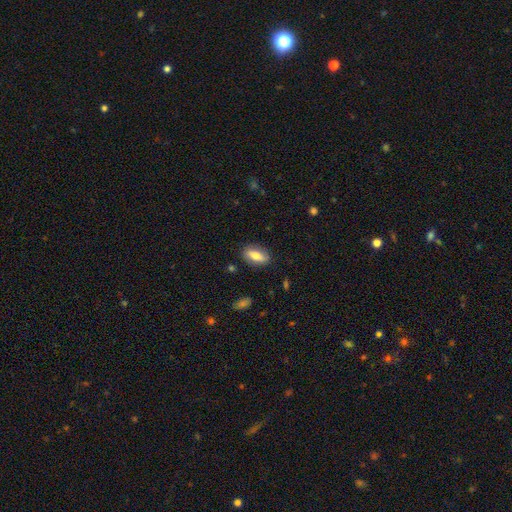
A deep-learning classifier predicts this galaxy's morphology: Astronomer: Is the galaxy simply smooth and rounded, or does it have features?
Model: smooth — 66%.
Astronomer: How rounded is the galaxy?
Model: in between — 84%.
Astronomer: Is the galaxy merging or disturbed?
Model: none — 84%.